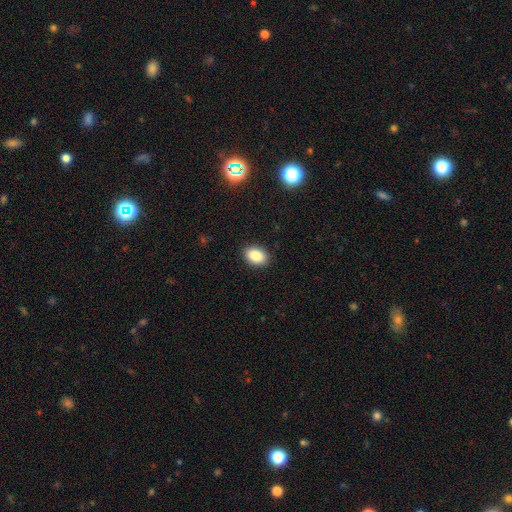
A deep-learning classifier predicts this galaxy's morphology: smooth_or_featured: smooth (p=0.87) [alt: star or artifact p=0.08]
how_rounded: in between (p=0.78) [alt: round p=0.21]
merging: none (p=0.90) [alt: minor disturbance p=0.07]